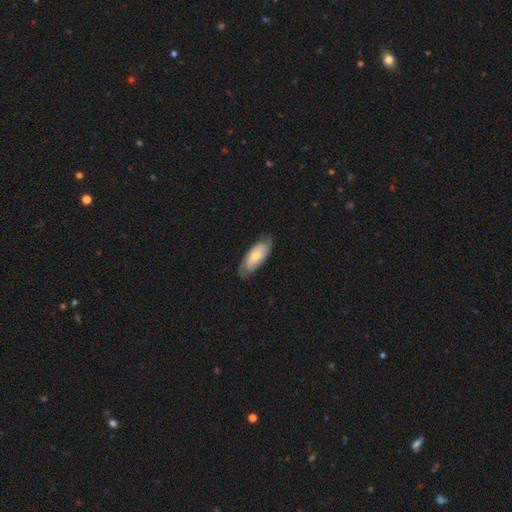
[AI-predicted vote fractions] Smooth or featured?
  - featured or disk: 48% *
  - smooth: 46%
  - star or artifact: 5%
Merging?
  - none: 80% *
  - minor disturbance: 16%
  - major disturbance: 3%
  - merger: 1%